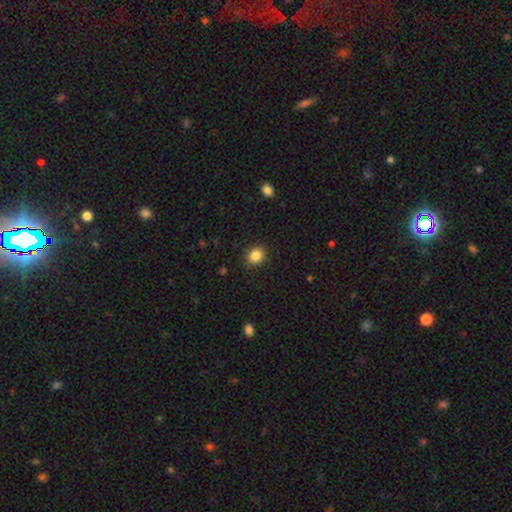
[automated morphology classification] Q: Smooth or featured?
A: smooth (86%); runner-up: star or artifact (10%)
Q: How rounded?
A: round (58%); runner-up: in between (41%)
Q: Merging?
A: none (89%); runner-up: minor disturbance (7%)